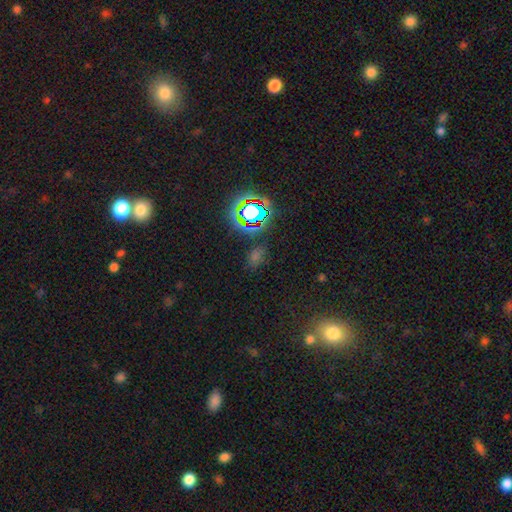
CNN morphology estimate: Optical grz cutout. It shows a star or artifact, not a galaxy (55%).